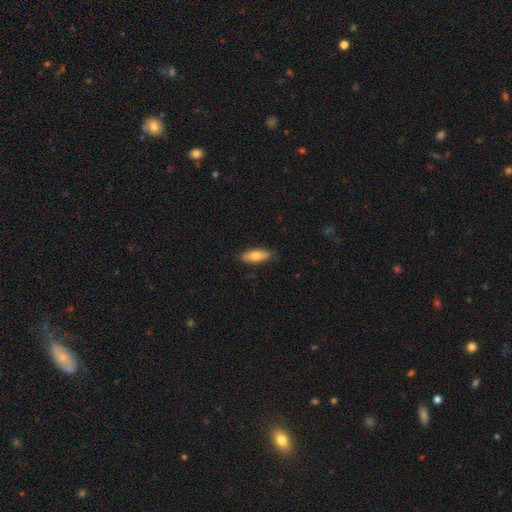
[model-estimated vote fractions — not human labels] The model was most divided on "how rounded": in between: 67%, cigar-shaped: 31%, round: 2%. More confident: merging — none (83%); smooth or featured — smooth (73%).